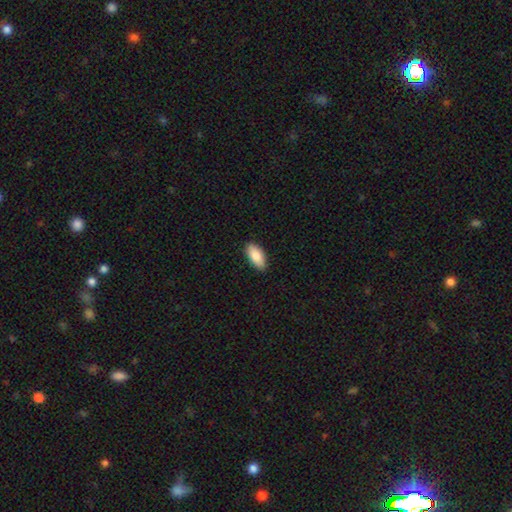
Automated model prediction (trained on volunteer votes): Smooth or featured? Predicted: smooth (p=0.87). How rounded? Predicted: in between (p=0.91). Merging? Predicted: none (p=0.89).